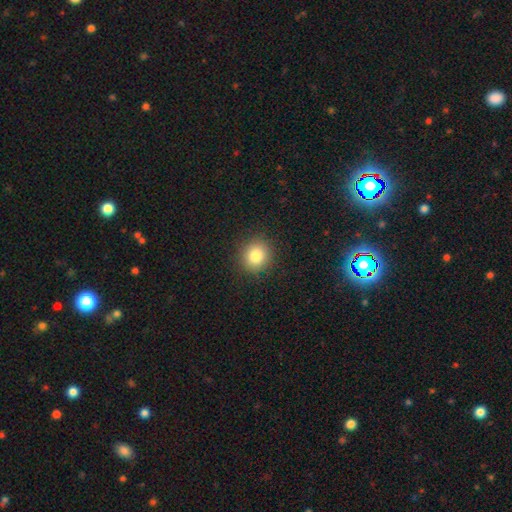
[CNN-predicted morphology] smooth 83%, star or artifact 11%, featured or disk 6%. Down the decision tree: how rounded — round (85%); merging — none (90%).